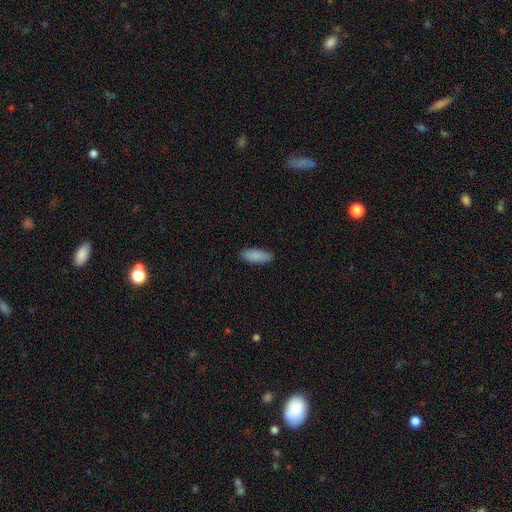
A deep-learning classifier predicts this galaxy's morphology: A smooth galaxy with no disk features (90%) that is in between round and cigar-shaped (69%).

Vote fractions:
- Smooth or featured? smooth: 90% / star or artifact: 6% / featured or disk: 5%
- How rounded? in between: 69% / cigar-shaped: 29% / round: 2%
- Merging? none: 89% / minor disturbance: 8% / major disturbance: 2% / merger: 1%